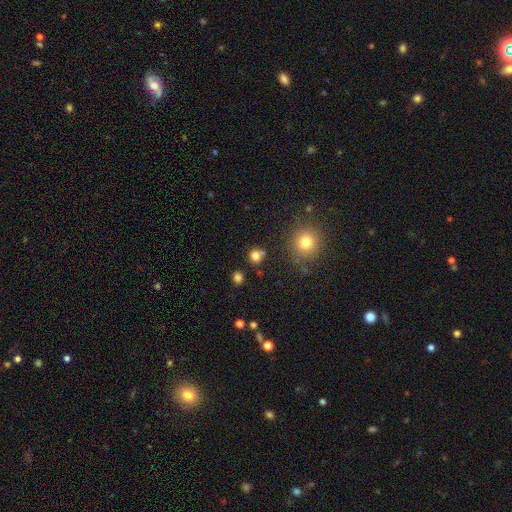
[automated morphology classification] Overall: smooth (78%). How rounded: round (89%). Merging: none (76%).